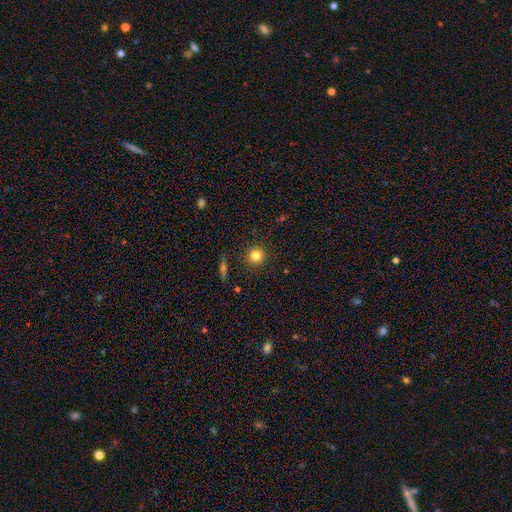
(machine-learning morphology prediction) This is clearly a smooth galaxy (82%). How rounded: clearly round (94%). Merging: clearly none (91%).